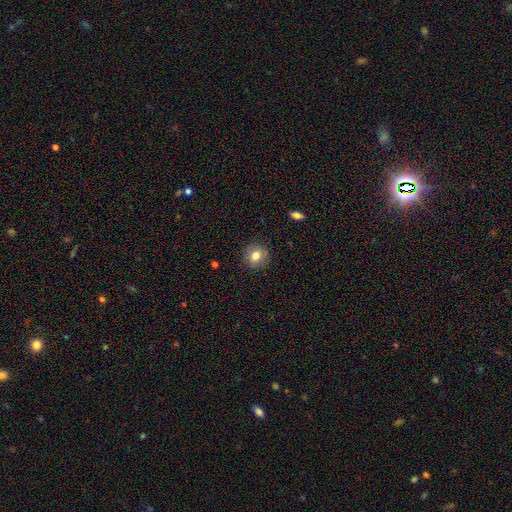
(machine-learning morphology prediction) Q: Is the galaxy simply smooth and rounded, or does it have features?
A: smooth — 81%.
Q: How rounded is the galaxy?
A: round — 89%.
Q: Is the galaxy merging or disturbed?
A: none — 90%.